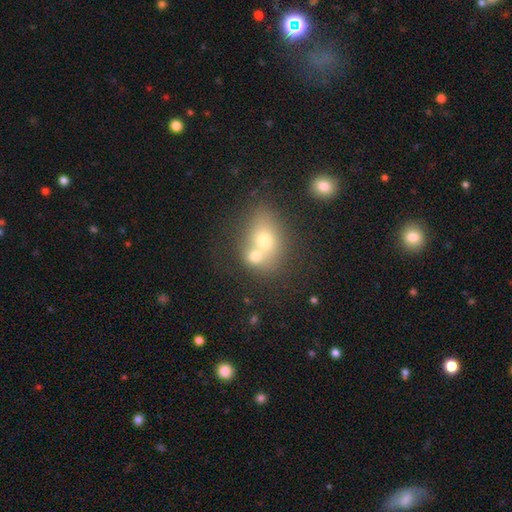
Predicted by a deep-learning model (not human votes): smooth 65%, featured or disk 23%, star or artifact 12%. Down the decision tree: how rounded — in between (50%); merging — merger (65%).